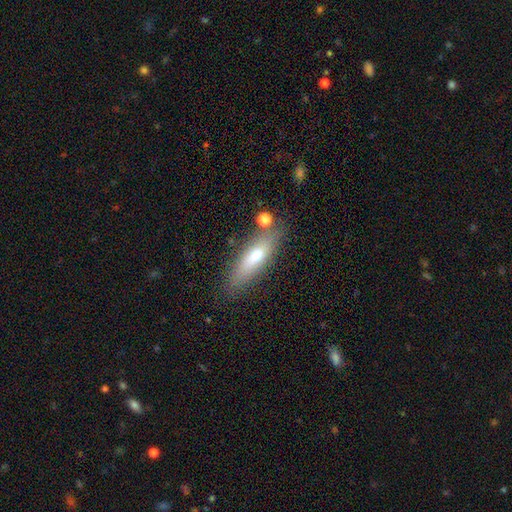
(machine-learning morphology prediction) Smooth or featured: smooth — 65% (featured or disk — 28%)
How rounded: cigar-shaped — 55% (in between — 42%)
Merging: none — 76% (minor disturbance — 14%)